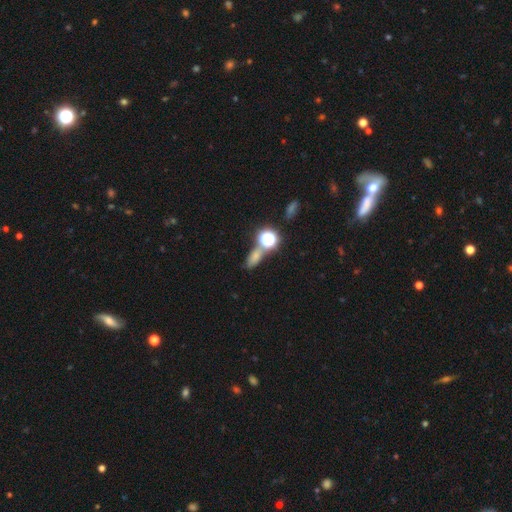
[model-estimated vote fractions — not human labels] This is likely a smooth galaxy (61%). How rounded: likely in between (62%). Merging: possibly none (58%).